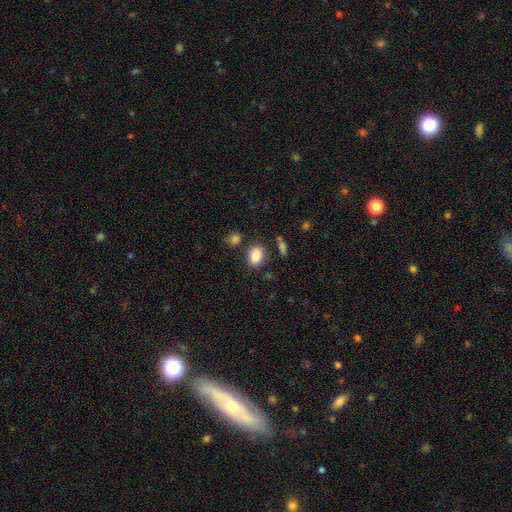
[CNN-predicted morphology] Smooth or featured?
  - smooth: 87% *
  - star or artifact: 9%
  - featured or disk: 4%
How rounded?
  - in between: 76% *
  - round: 23%
  - cigar-shaped: 1%
Merging?
  - none: 77% *
  - minor disturbance: 12%
  - merger: 7%
  - major disturbance: 4%